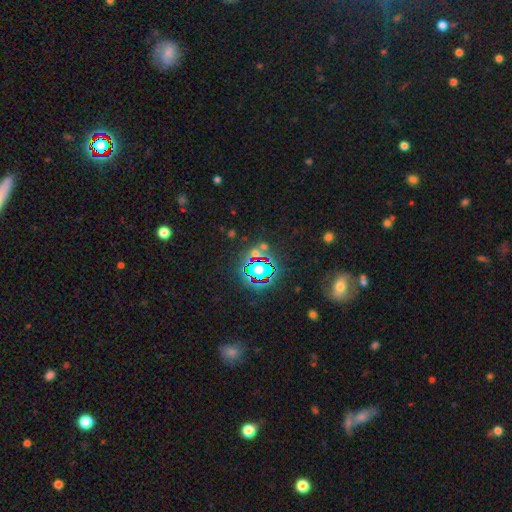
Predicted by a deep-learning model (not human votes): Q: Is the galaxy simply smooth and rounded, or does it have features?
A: star or artifact — 75%.